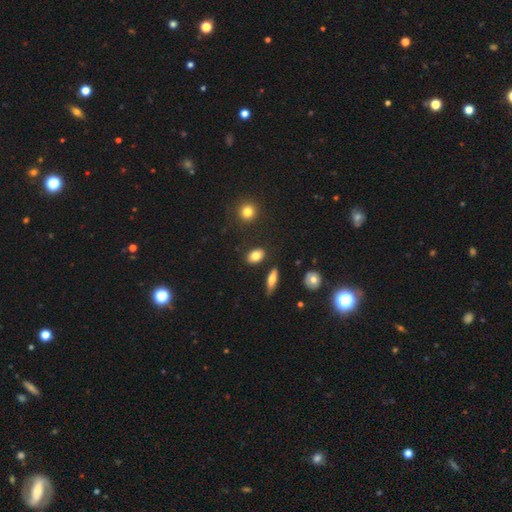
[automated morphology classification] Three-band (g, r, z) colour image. It shows a smooth galaxy with no disk features (82%) that is in between round and cigar-shaped (80%). Merging: none (86%).